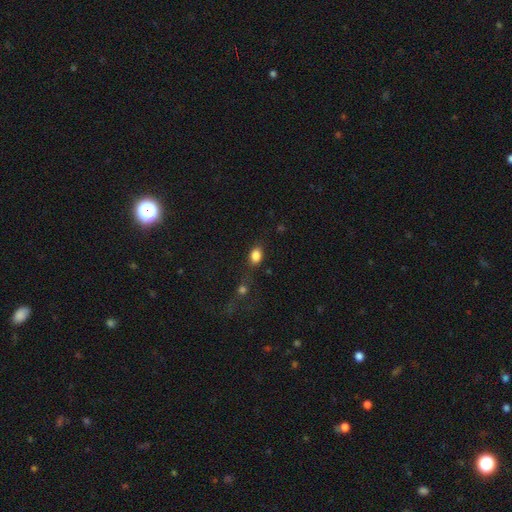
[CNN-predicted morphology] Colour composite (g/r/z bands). It shows a smooth galaxy with no disk features (84%) that is in between round and cigar-shaped (72%). Merging: none (66%).